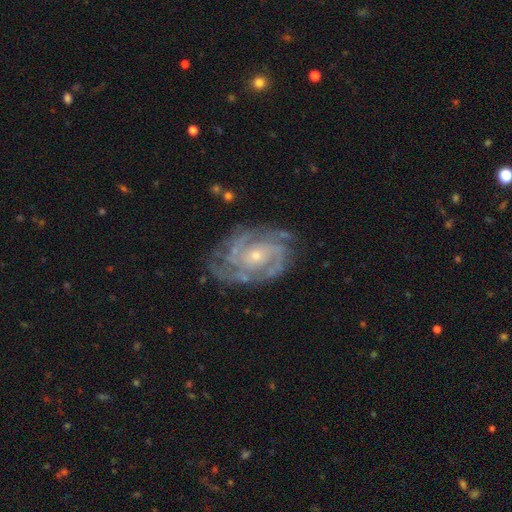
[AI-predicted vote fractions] Smooth or featured? Predicted: featured or disk (p=0.91). Edge-on disk? Predicted: no (p=0.97). Bar? Predicted: no (p=0.70). Spiral arms? Predicted: yes (p=0.98). Spiral winding? Predicted: tight (p=0.65). Spiral arm count? Predicted: 2 (p=0.32). Bulge size? Predicted: small (p=0.72). Merging? Predicted: none (p=0.73).